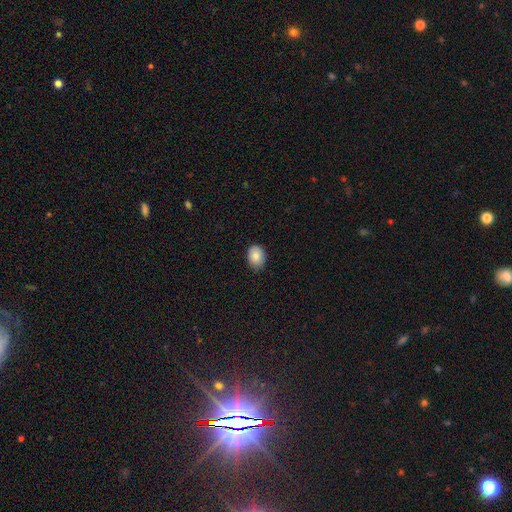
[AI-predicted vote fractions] Q: Smooth or featured?
A: smooth (86%); runner-up: star or artifact (8%)
Q: How rounded?
A: in between (67%); runner-up: round (33%)
Q: Merging?
A: none (82%); runner-up: minor disturbance (15%)